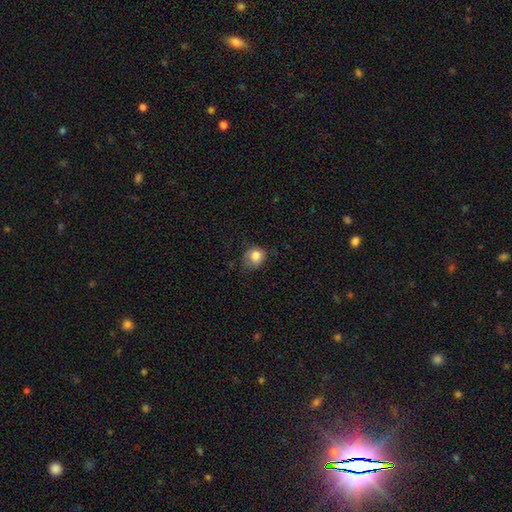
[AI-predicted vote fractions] A smooth galaxy with no disk features (81%) that is round (63%). Merging: none (48%).